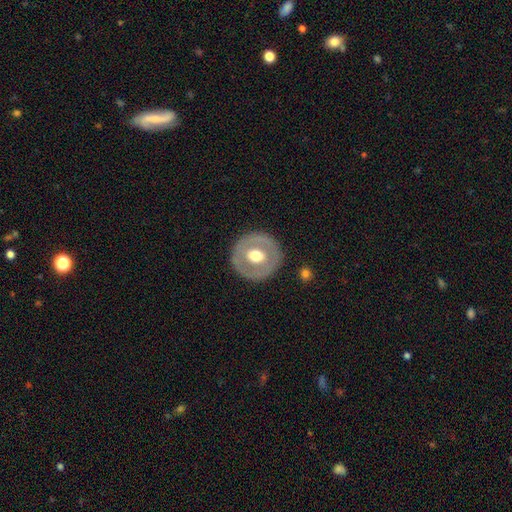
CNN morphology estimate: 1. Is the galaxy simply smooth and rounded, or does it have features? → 52% featured or disk, 43% smooth, 5% star or artifact.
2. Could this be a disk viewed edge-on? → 94% no, 6% yes.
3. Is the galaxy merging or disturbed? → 86% none, 9% minor disturbance, 4% major disturbance, 1% merger.